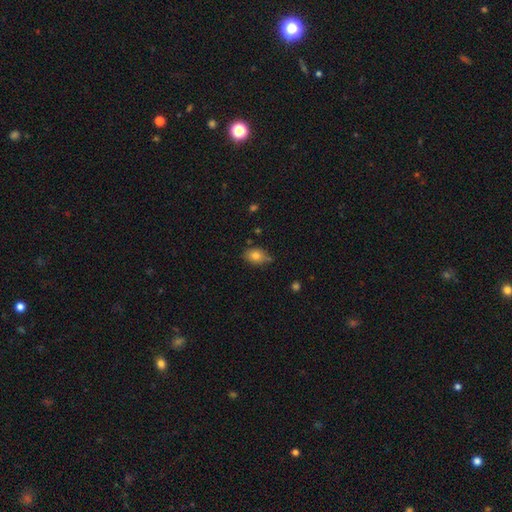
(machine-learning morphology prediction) A smooth galaxy with no disk features (78%) that is in between round and cigar-shaped (70%).

Vote fractions:
- Smooth or featured? smooth: 78% / featured or disk: 12% / star or artifact: 10%
- How rounded? in between: 70% / round: 28% / cigar-shaped: 2%
- Merging? none: 63% / minor disturbance: 28% / major disturbance: 5% / merger: 4%